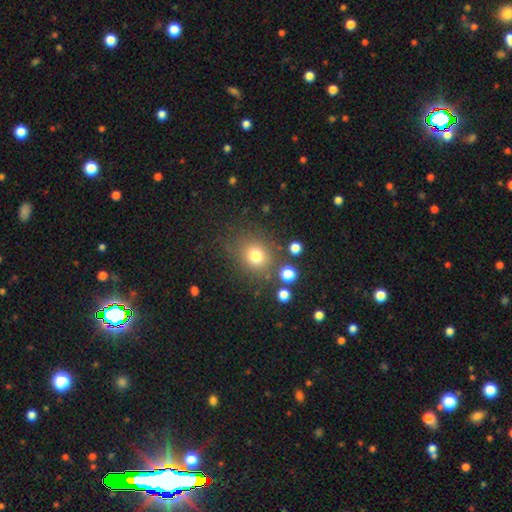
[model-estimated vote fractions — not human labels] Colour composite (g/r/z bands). It shows a smooth galaxy with no disk features (76%) that is round (78%). Merging: none (77%).